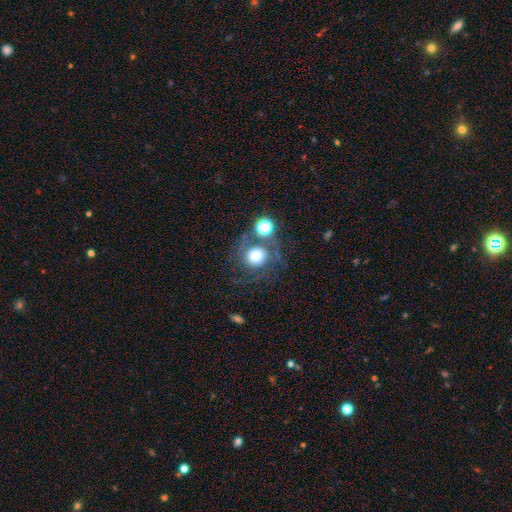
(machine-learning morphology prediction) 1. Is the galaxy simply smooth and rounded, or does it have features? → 57% smooth, 29% featured or disk, 14% star or artifact.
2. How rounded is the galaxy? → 88% round, 11% in between, 1% cigar-shaped.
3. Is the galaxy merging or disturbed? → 56% none, 15% minor disturbance, 15% merger, 14% major disturbance.